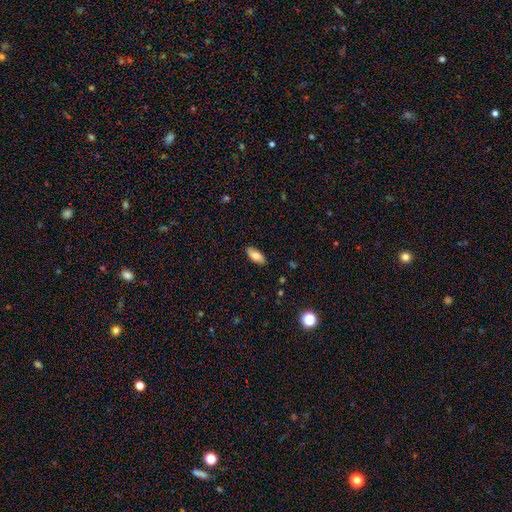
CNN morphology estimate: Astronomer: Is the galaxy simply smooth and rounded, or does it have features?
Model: smooth — 80%.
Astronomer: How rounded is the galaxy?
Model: in between — 88%.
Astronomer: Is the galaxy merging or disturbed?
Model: none — 86%.